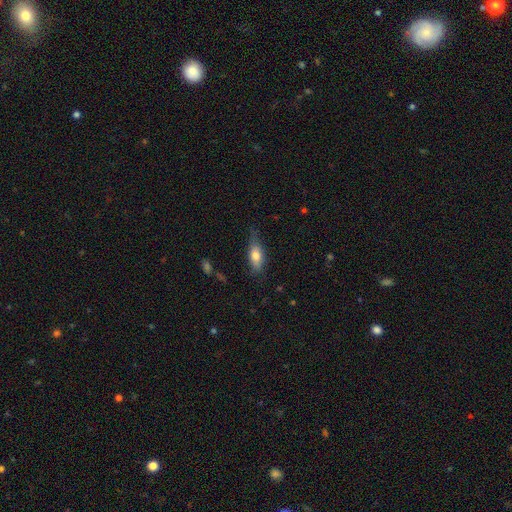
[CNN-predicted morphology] A smooth galaxy with no disk features (68%) that is in between round and cigar-shaped (68%). Merging: none (65%).